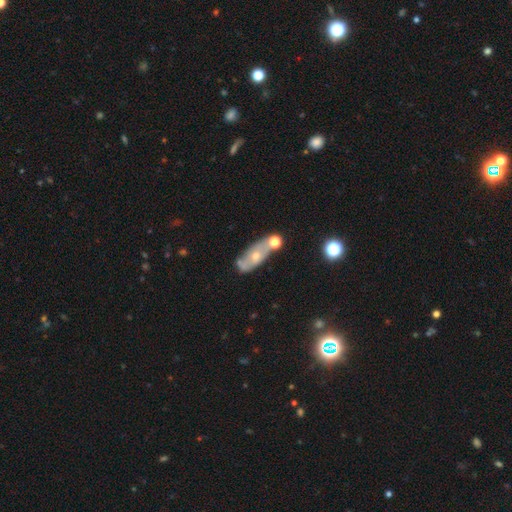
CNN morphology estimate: smooth-or-featured: featured or disk: 51% | smooth: 39% | star or artifact: 10%
  disk-edge-on: no: 79% | yes: 21%
  merging: none: 51% | merger: 22% | minor disturbance: 20% | major disturbance: 8%